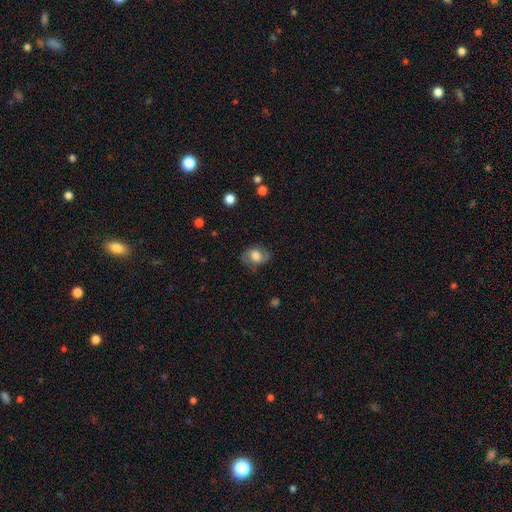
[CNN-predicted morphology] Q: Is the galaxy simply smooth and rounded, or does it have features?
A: smooth — 53%.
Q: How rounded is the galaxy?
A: in between — 58%.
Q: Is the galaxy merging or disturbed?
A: none — 70%.